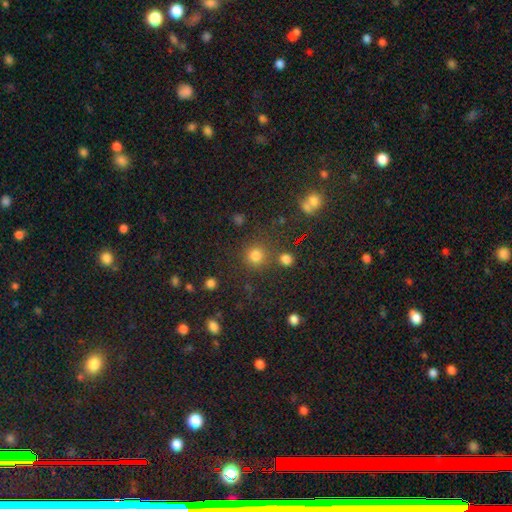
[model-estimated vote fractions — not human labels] Smooth or featured? Predicted: smooth (p=0.75). How rounded? Predicted: round (p=0.92). Merging? Predicted: none (p=0.75).